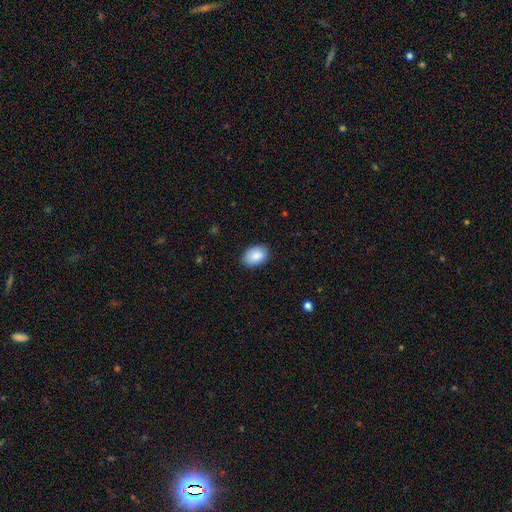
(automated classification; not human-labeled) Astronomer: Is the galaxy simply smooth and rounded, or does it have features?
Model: smooth — 88%.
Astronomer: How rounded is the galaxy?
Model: in between — 86%.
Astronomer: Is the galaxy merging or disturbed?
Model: none — 87%.